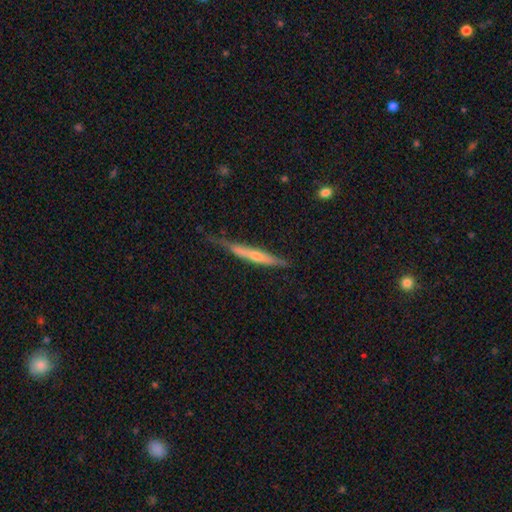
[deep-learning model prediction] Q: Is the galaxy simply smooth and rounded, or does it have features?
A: featured or disk — 56%.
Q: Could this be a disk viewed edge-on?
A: yes — 93%.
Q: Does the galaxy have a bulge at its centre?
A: rounded — 58%.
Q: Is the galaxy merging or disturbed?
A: none — 61%.